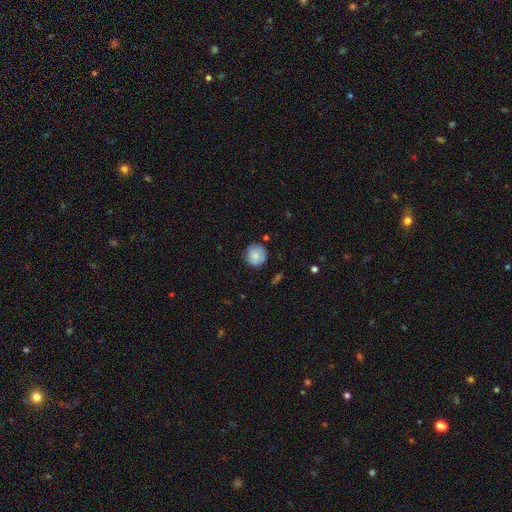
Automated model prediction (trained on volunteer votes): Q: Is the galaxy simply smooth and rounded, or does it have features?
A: smooth — 80%.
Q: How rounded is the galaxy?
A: round — 92%.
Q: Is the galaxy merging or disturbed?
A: none — 80%.